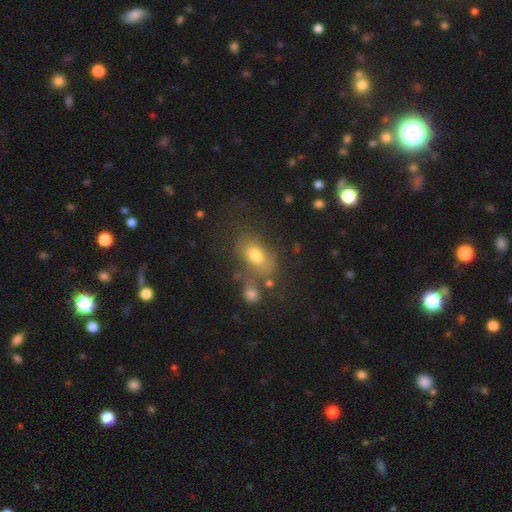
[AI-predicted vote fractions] Smooth or featured?
  - smooth: 70% *
  - featured or disk: 19%
  - star or artifact: 11%
How rounded?
  - in between: 85% *
  - round: 13%
  - cigar-shaped: 3%
Merging?
  - none: 53% *
  - minor disturbance: 20%
  - merger: 15%
  - major disturbance: 12%